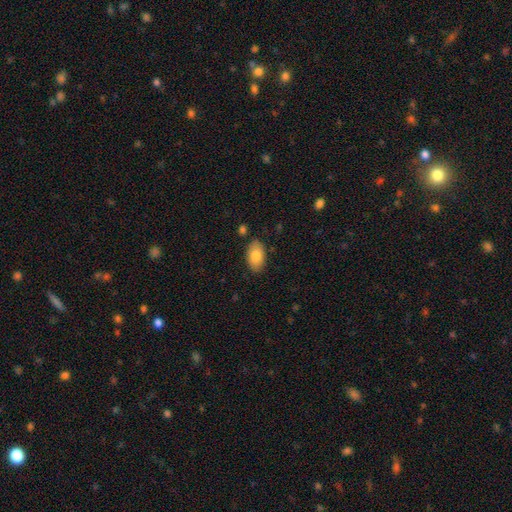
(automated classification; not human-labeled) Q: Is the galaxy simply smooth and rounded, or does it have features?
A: smooth — 83%.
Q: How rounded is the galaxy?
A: in between — 94%.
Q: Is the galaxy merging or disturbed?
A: none — 85%.